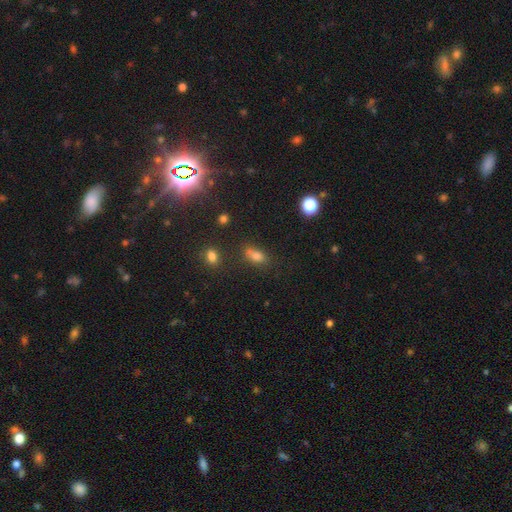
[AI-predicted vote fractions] Overall: smooth (71%). How rounded: in between (72%). Merging: none (49%; merger 23%).